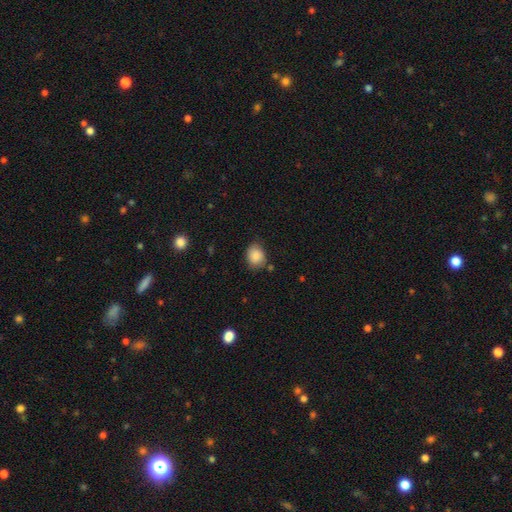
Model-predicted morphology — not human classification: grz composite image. It shows a smooth galaxy with no disk features (86%) that is round (51%). Merging: none (72%).